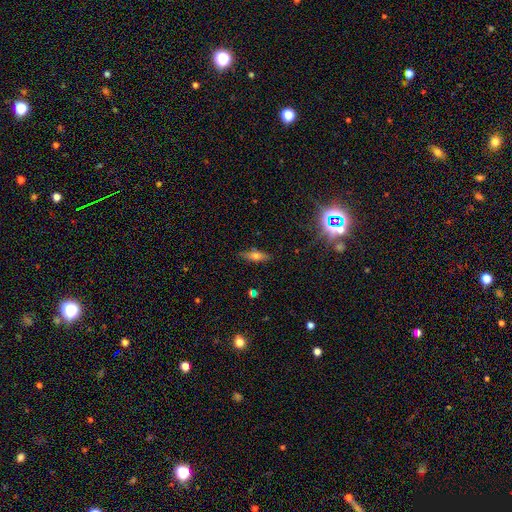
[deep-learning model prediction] Smooth or featured: smooth — 55% (featured or disk — 33%)
How rounded: cigar-shaped — 48% (tied with in between — 48%)
Merging: none — 83% (minor disturbance — 12%)